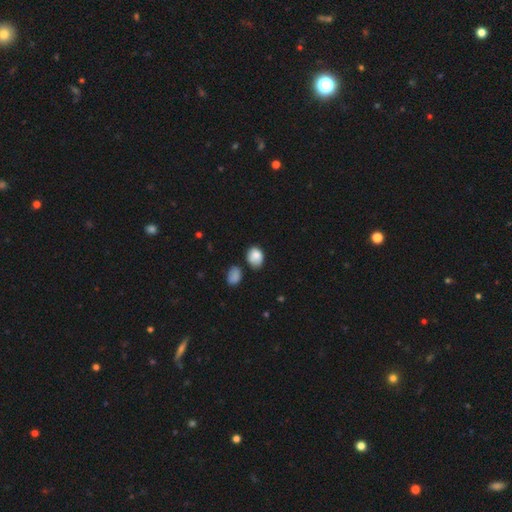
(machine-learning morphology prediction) A smooth galaxy with no disk features (84%) that is in between round and cigar-shaped (67%).

Vote fractions:
- Smooth or featured? smooth: 84% / star or artifact: 9% / featured or disk: 7%
- How rounded? in between: 67% / round: 32% / cigar-shaped: 1%
- Merging? none: 58% / minor disturbance: 28% / merger: 8% / major disturbance: 6%